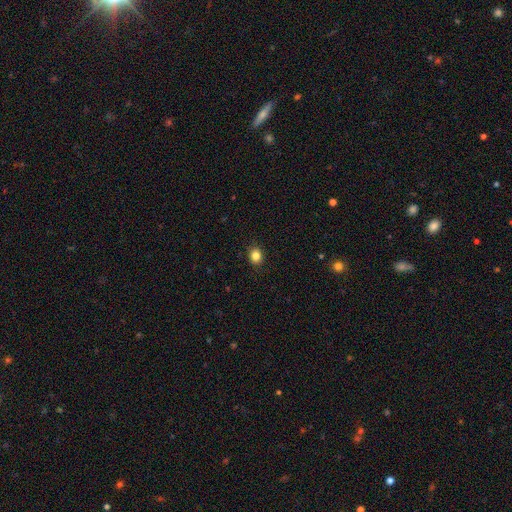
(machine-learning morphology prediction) Smooth or featured: smooth — 84% (star or artifact — 11%)
How rounded: round — 69% (in between — 30%)
Merging: none — 90% (minor disturbance — 7%)